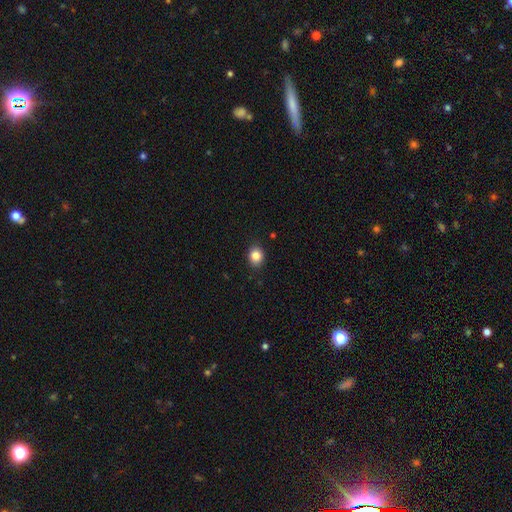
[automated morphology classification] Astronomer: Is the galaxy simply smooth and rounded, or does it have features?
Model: smooth — 84%.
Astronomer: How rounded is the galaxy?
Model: round — 59% (runner-up: in between, 40%).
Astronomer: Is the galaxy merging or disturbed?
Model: none — 88%.